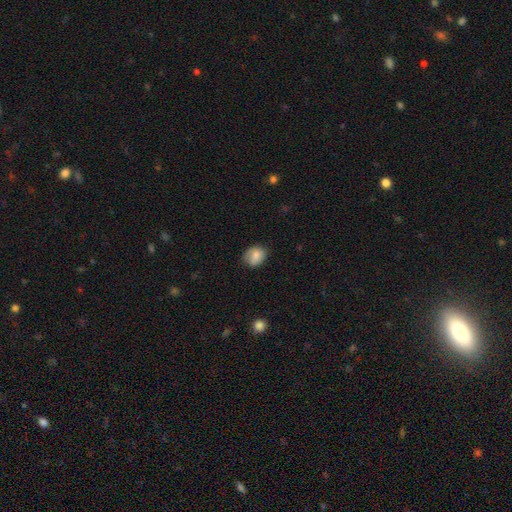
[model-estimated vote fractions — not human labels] smooth_or_featured: smooth (p=0.79) [alt: featured or disk p=0.12]
how_rounded: round (p=0.56) [alt: in between p=0.43]
merging: none (p=0.68) [alt: minor disturbance p=0.26]